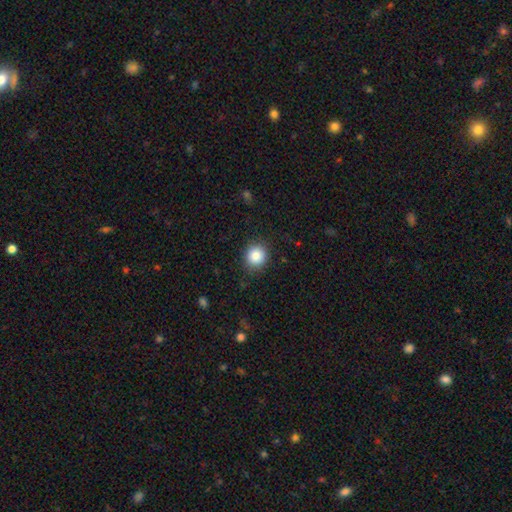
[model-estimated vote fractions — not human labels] This appears to be a smooth galaxy with no disk features (85%) that is round (90%). Merging: none (88%).